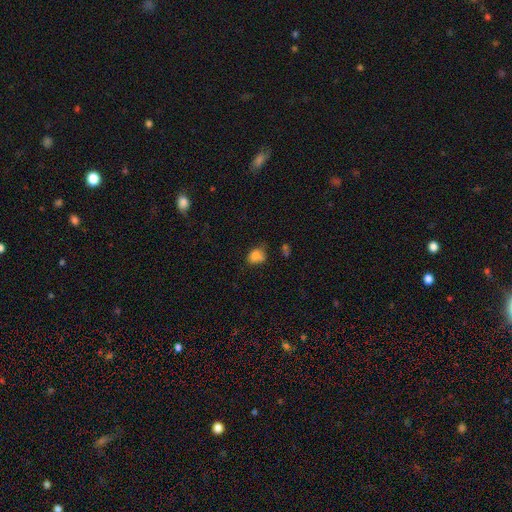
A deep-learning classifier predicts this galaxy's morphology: Overall: smooth (78%). How rounded: in between (57%; round 41%). Merging: none (42%; minor disturbance 31%).